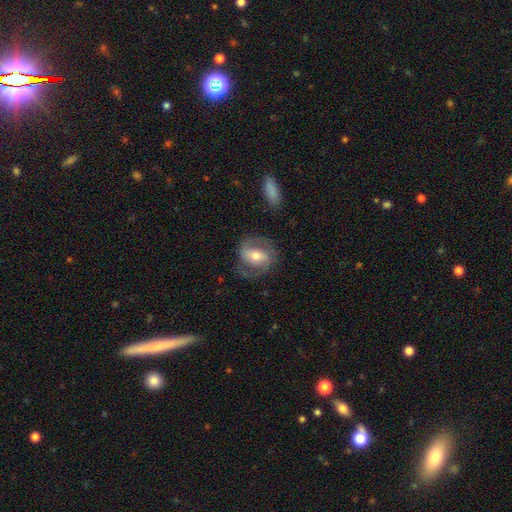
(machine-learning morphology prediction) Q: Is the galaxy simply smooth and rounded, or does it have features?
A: featured or disk — 71%.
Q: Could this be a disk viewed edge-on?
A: no — 96%.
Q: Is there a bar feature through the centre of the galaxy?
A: weak — 38%.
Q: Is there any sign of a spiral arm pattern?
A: yes — 86%.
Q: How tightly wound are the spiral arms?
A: medium — 49%.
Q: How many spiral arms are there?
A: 2 — 85%.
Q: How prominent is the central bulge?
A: moderate — 65%.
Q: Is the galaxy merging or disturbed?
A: none — 73%.